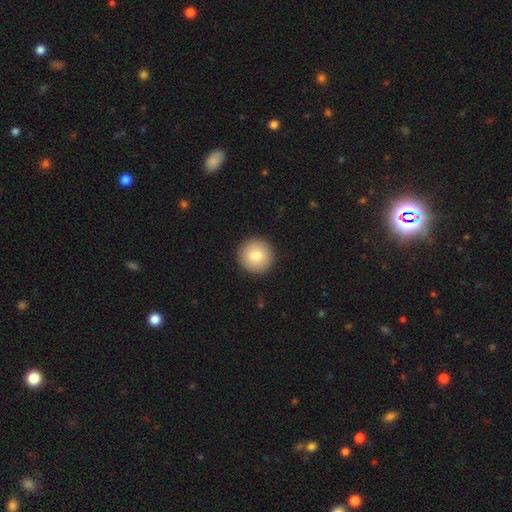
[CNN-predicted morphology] The model was most divided on "smooth or featured": smooth: 82%, featured or disk: 10%, star or artifact: 8%. More confident: how rounded — round (95%); merging — none (92%).